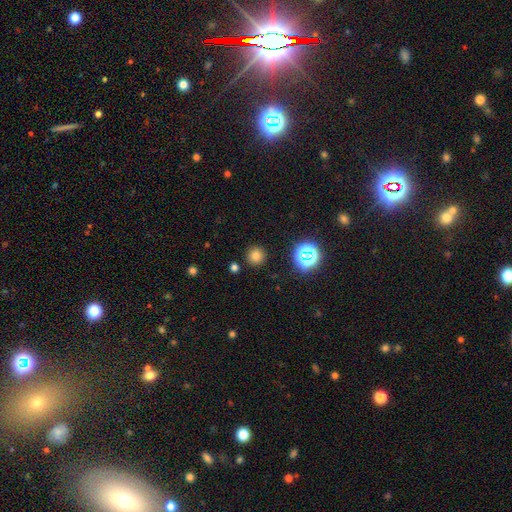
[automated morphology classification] Q: Smooth or featured?
A: smooth (75%); runner-up: star or artifact (19%)
Q: How rounded?
A: round (94%); runner-up: in between (5%)
Q: Merging?
A: none (89%); runner-up: minor disturbance (6%)